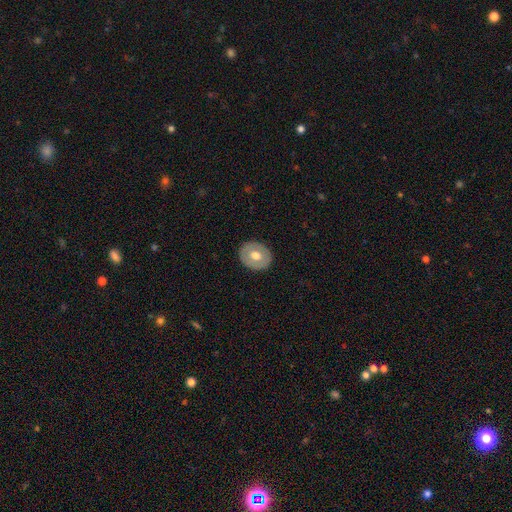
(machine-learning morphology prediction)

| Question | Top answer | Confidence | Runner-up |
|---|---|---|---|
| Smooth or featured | smooth | 57% | featured or disk (37%) |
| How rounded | round | 60% | in between (39%) |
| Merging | none | 88% | minor disturbance (9%) |